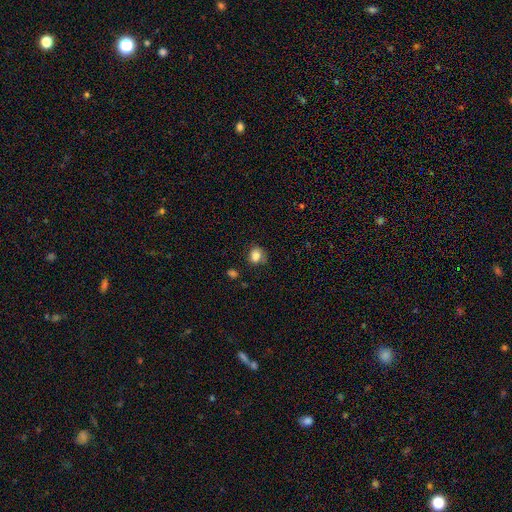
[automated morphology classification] This appears to be a smooth galaxy with no disk features (83%) that is round (59%). Merging: none (62%).